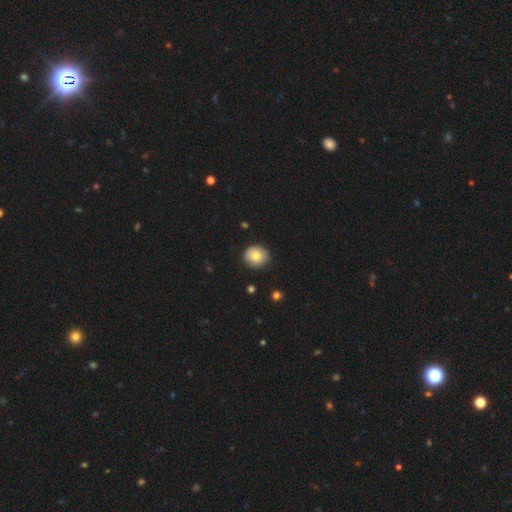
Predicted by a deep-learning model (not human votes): This appears to be a smooth galaxy with no disk features (76%) that is round (86%). Merging: none (87%).